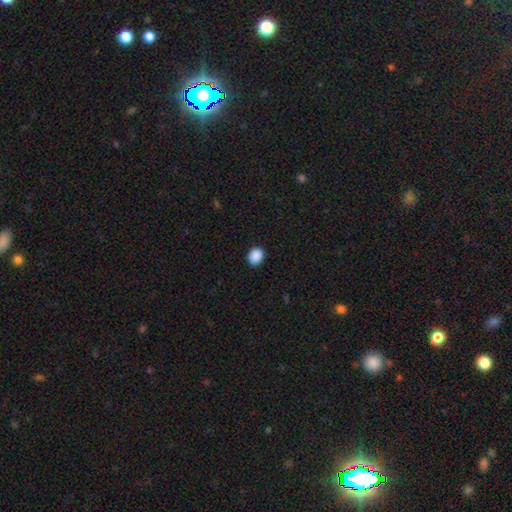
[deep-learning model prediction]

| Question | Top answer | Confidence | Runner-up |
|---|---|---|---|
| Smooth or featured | smooth | 90% | star or artifact (8%) |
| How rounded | round | 52% | in between (47%) |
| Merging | none | 91% | minor disturbance (7%) |